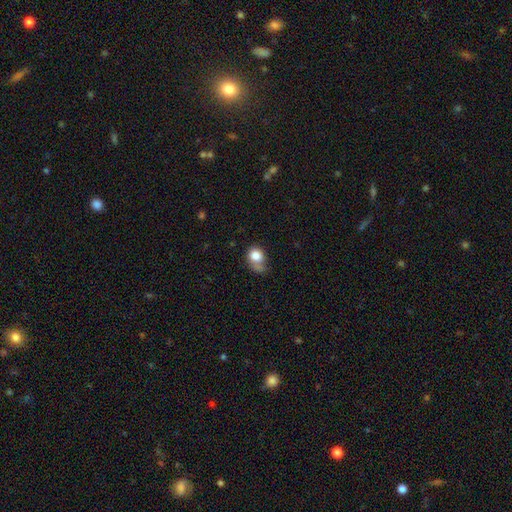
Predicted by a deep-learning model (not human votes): smooth-or-featured: smooth: 81% | featured or disk: 11% | star or artifact: 9%
  how-rounded: round: 61% | in between: 38% | cigar-shaped: 1%
  merging: none: 36% | minor disturbance: 30% | major disturbance: 23% | merger: 11%